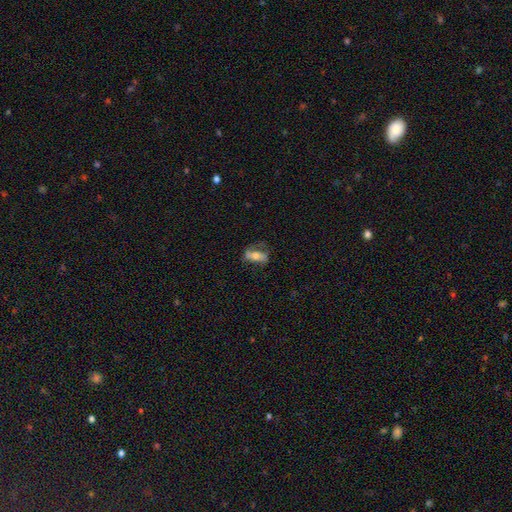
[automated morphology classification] smooth 49%, featured or disk 43%, star or artifact 8%. Down the decision tree: merging — none (55%).